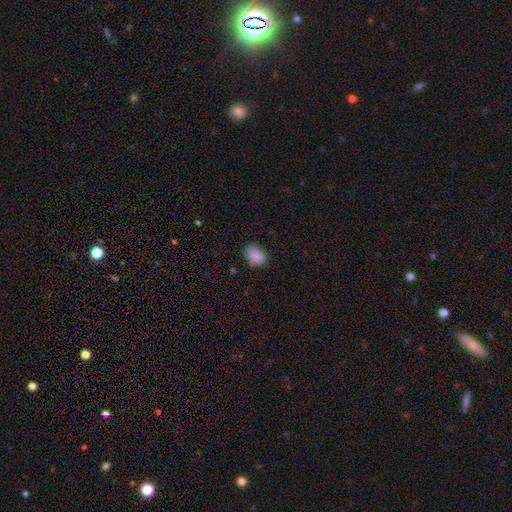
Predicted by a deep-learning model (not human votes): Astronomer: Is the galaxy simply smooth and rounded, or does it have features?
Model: smooth — 87%.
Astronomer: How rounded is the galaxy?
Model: in between — 72%.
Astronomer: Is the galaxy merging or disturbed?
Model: none — 76%.